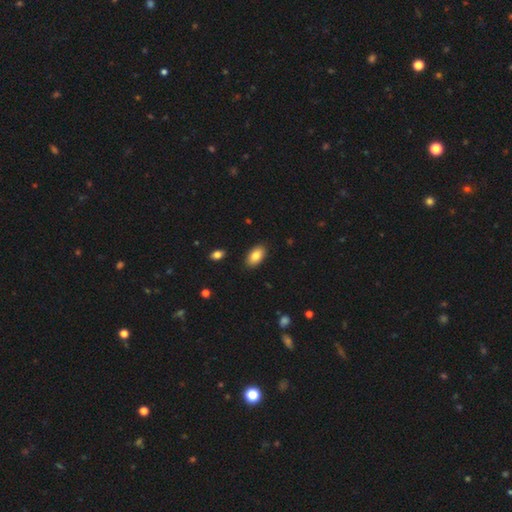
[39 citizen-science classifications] This appears to be a smooth galaxy with no disk features (85%) that is in between round and cigar-shaped (94%). Merging: none (95%).